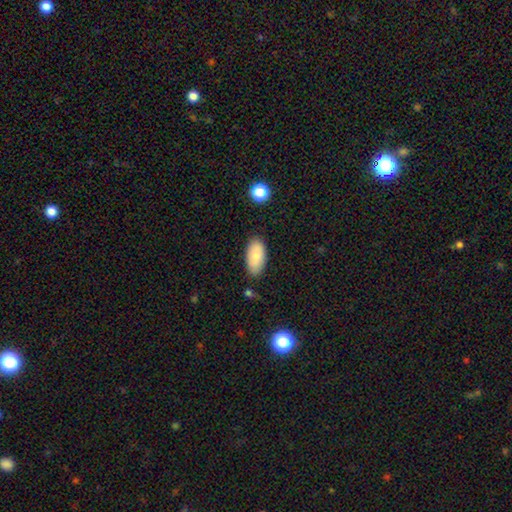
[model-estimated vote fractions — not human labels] Overall: smooth (85%). How rounded: in between (94%). Merging: none (83%).